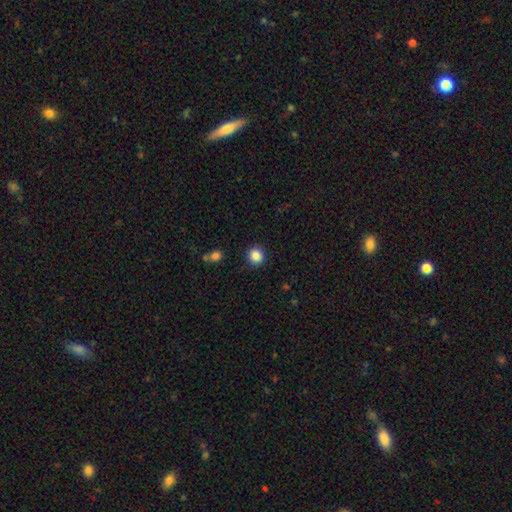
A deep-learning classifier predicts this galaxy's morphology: type=smooth (87%); roundness=round (87%); merging=none (90%).